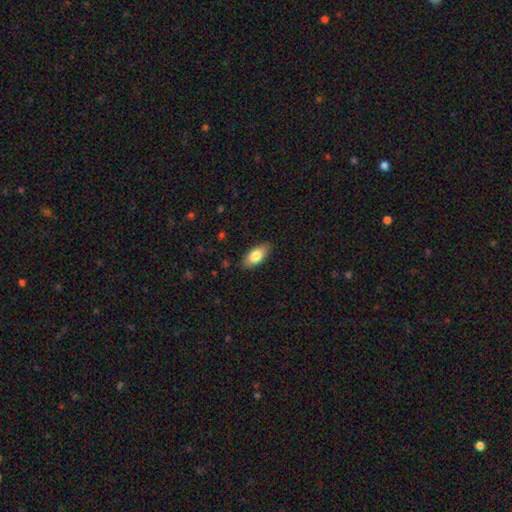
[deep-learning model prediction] This is clearly a smooth galaxy (80%). How rounded: clearly in between (89%). Merging: clearly none (86%).